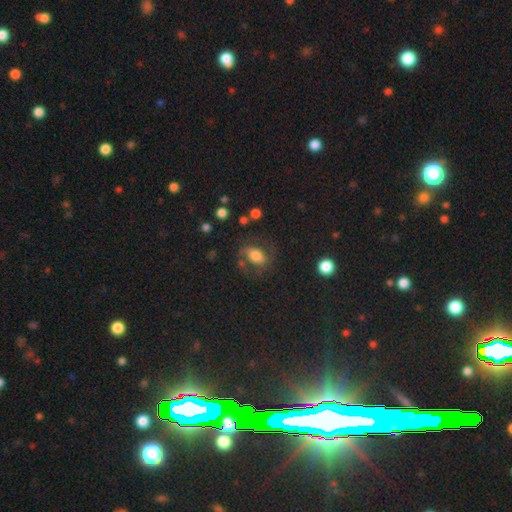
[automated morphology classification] type=smooth (50%); roundness=in between (72%); merging=none (60%).